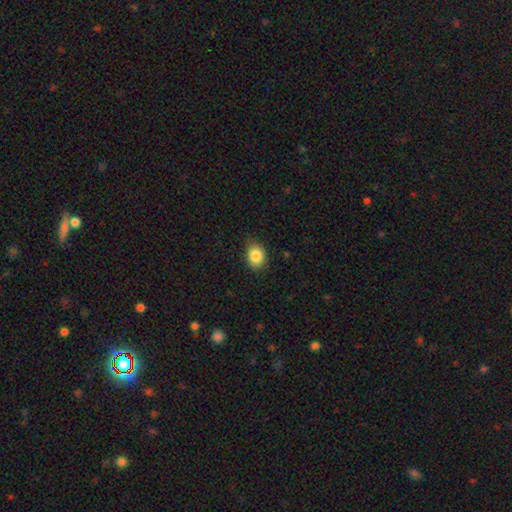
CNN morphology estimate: Overall: smooth (86%). How rounded: in between (63%; round 36%). Merging: none (81%).